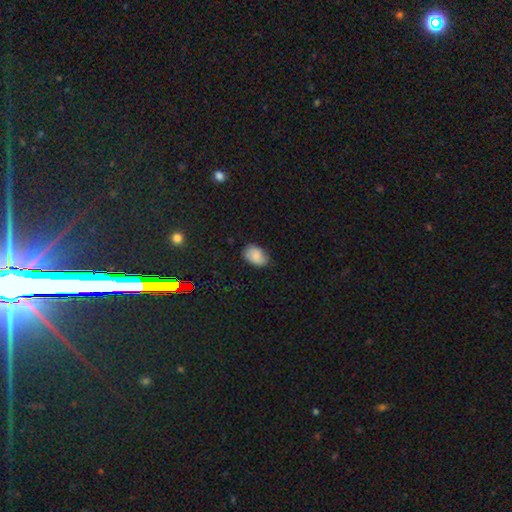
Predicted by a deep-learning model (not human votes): A smooth galaxy with no disk features (82%) that is in between round and cigar-shaped (85%). Merging: none (74%).